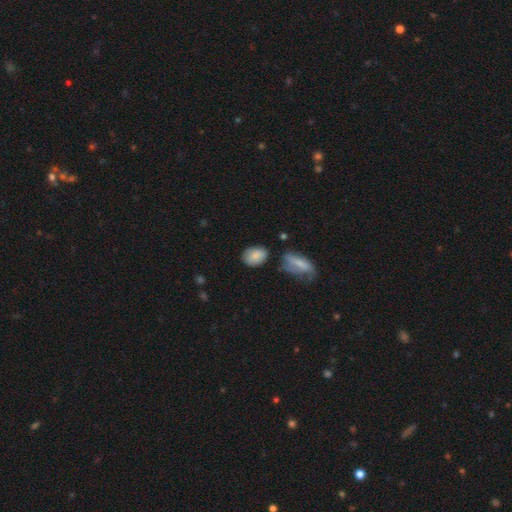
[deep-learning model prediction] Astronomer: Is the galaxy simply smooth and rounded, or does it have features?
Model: smooth — 83%.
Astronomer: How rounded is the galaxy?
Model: in between — 81%.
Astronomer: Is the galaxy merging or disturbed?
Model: none — 69%.